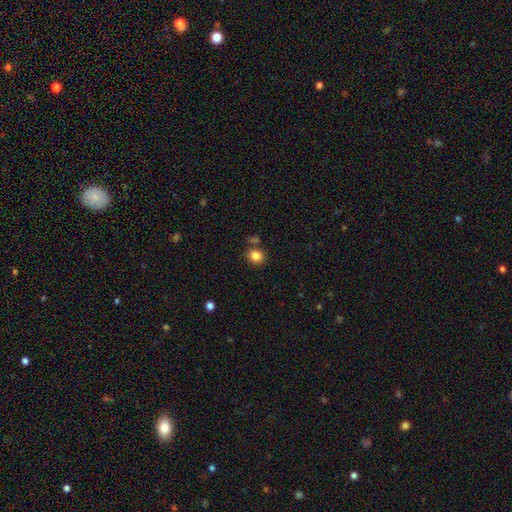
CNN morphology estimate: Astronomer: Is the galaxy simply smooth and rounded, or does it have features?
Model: smooth — 84%.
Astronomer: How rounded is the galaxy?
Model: round — 76%.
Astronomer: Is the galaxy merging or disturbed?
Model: none — 77%.